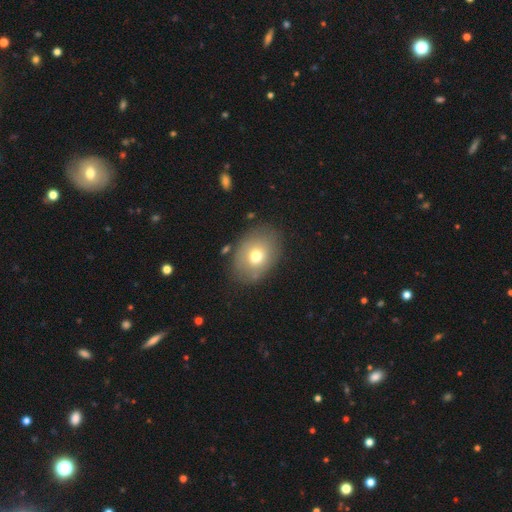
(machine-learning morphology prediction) Smooth or featured: smooth — 71% (featured or disk — 19%)
How rounded: in between — 67% (round — 32%)
Merging: none — 79% (minor disturbance — 13%)